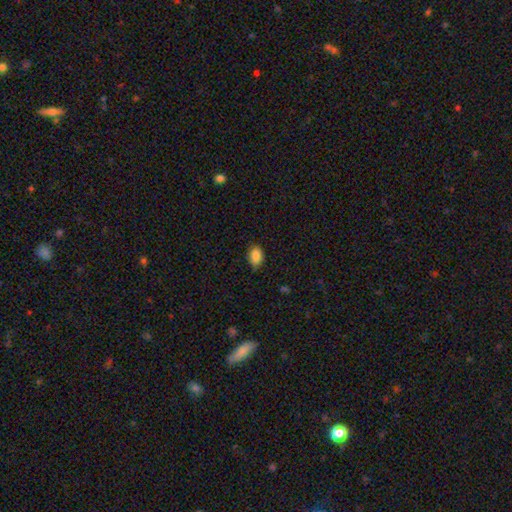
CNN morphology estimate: Smooth or featured? Predicted: smooth (p=0.87). How rounded? Predicted: in between (p=0.83). Merging? Predicted: none (p=0.79).